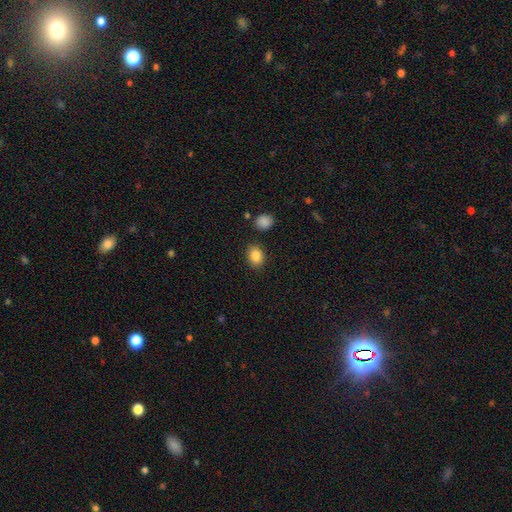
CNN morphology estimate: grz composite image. It shows a smooth galaxy with no disk features (86%) that is in between round and cigar-shaped (60%). Merging: none (85%).